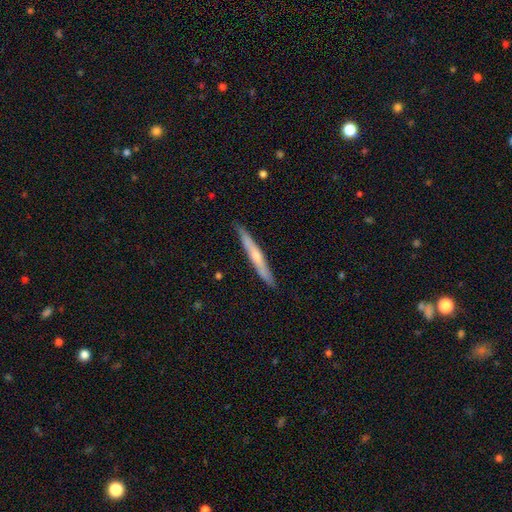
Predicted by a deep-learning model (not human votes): The model was most divided on "smooth or featured": featured or disk: 51%, smooth: 43%, star or artifact: 5%. More confident: edge-on disk — yes (94%); merging — none (89%).